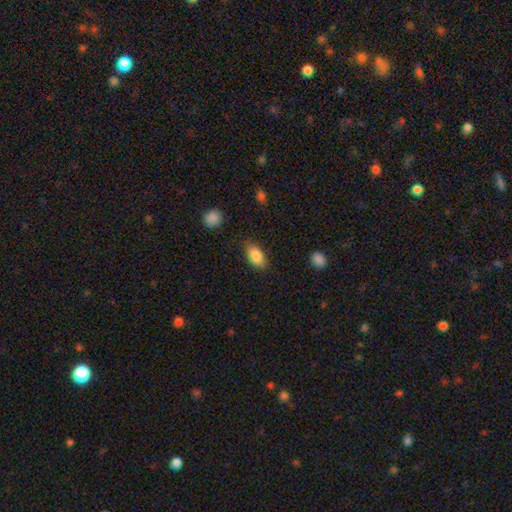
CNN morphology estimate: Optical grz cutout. It shows a smooth galaxy with no disk features (85%) that is in between round and cigar-shaped (91%). Merging: none (81%).